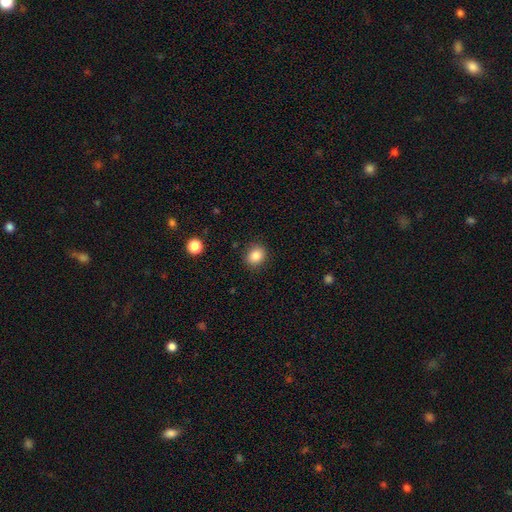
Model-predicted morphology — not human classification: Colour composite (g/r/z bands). It shows a smooth galaxy with no disk features (84%) that is round (68%). Merging: none (88%).